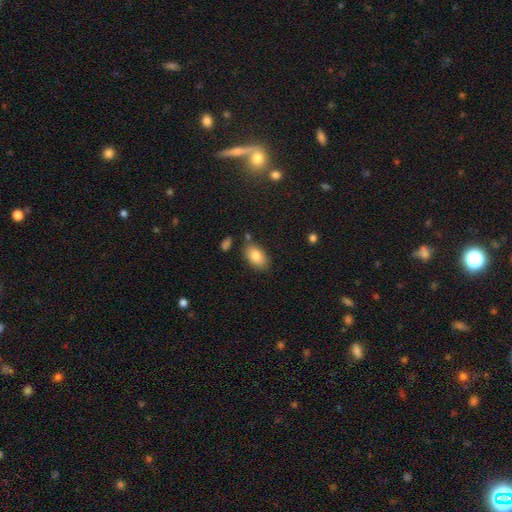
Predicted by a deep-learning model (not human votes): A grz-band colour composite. It shows a smooth galaxy with no disk features (82%) that is in between round and cigar-shaped (92%). Merging: none (78%).